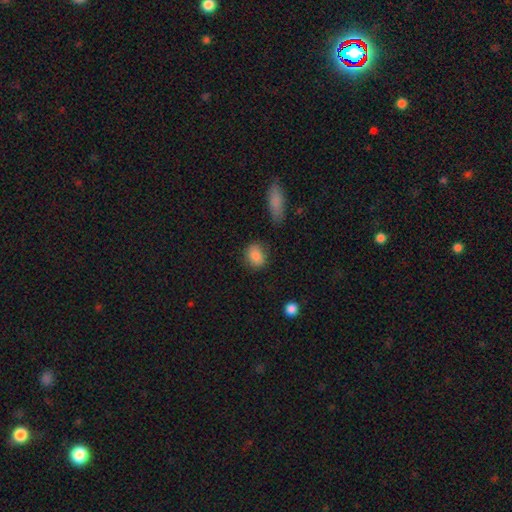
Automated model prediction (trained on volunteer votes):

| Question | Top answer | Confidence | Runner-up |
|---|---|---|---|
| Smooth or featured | smooth | 86% | star or artifact (8%) |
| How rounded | round | 50% | in between (48%) |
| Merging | none | 80% | minor disturbance (14%) |